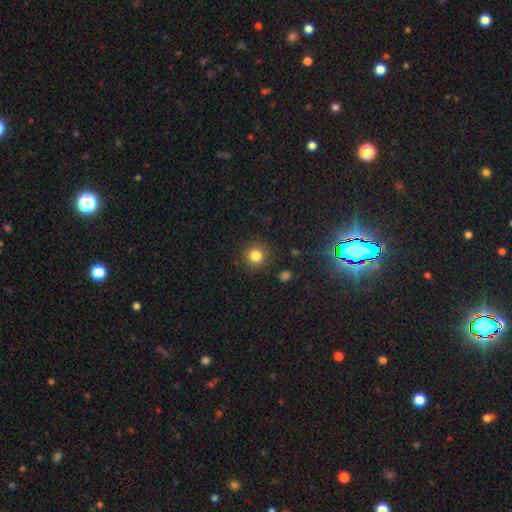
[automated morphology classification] smooth_or_featured: smooth (p=0.82) [alt: star or artifact p=0.12]
how_rounded: round (p=0.92) [alt: in between p=0.07]
merging: none (p=0.88) [alt: minor disturbance p=0.08]